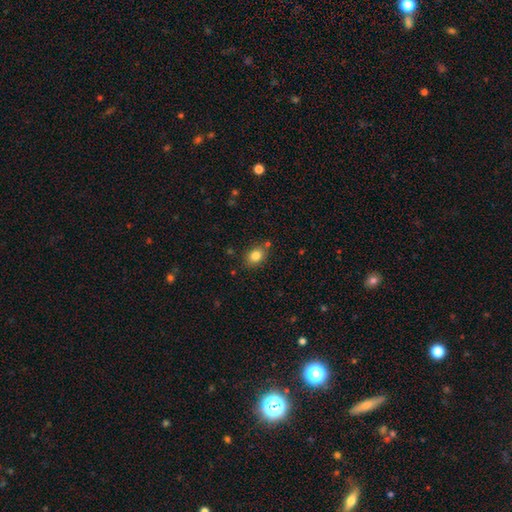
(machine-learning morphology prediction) The model was most divided on "how rounded": in between: 61%, round: 38%, cigar-shaped: 1%. More confident: smooth or featured — smooth (83%); merging — none (79%).